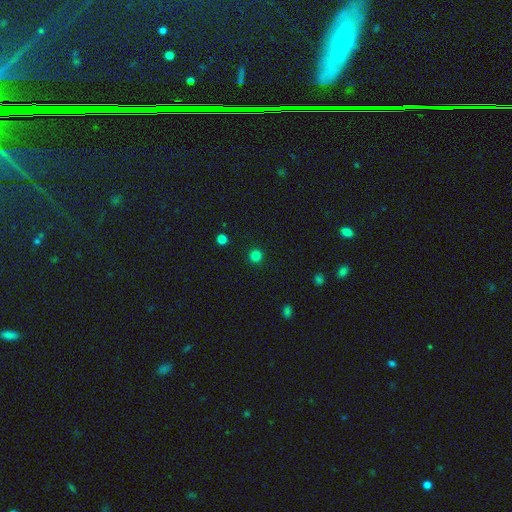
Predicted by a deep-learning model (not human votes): smooth-or-featured: smooth: 81% | star or artifact: 15% | featured or disk: 4%
  how-rounded: round: 96% | in between: 3% | cigar-shaped: 1%
  merging: none: 93% | minor disturbance: 4% | major disturbance: 2% | merger: 1%